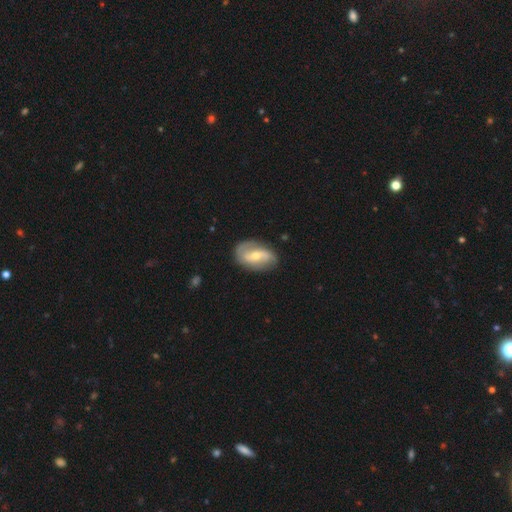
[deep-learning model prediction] Smooth or featured? featured or disk (73%)
Edge-on disk? no (95%)
Bar? weak (40%)
Spiral arms? yes (84%)
Spiral winding? loose (43%)
Spiral arm count? 2 (84%)
Bulge size? moderate (52%)
Merging? none (77%)